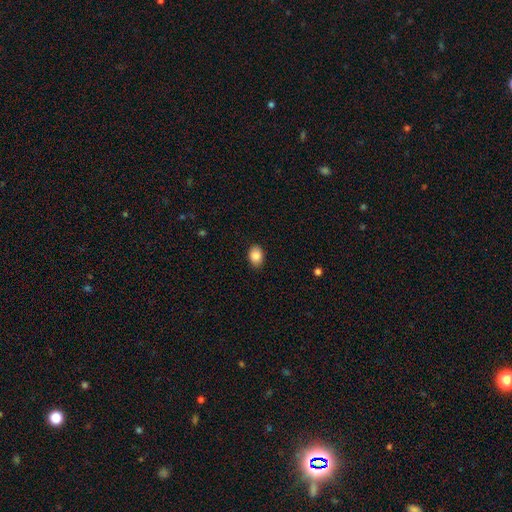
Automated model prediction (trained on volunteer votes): A smooth galaxy with no disk features (88%) that is in between round and cigar-shaped (75%).

Vote fractions:
- Smooth or featured? smooth: 88% / star or artifact: 7% / featured or disk: 5%
- How rounded? in between: 75% / round: 24% / cigar-shaped: 1%
- Merging? none: 86% / minor disturbance: 11% / major disturbance: 2% / merger: 1%